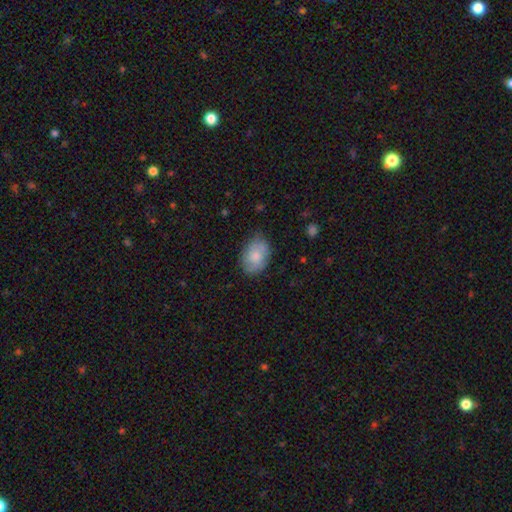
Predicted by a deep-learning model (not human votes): smooth_or_featured: smooth (p=0.72) [alt: featured or disk p=0.21]
how_rounded: in between (p=0.81) [alt: round p=0.18]
merging: none (p=0.72) [alt: minor disturbance p=0.21]